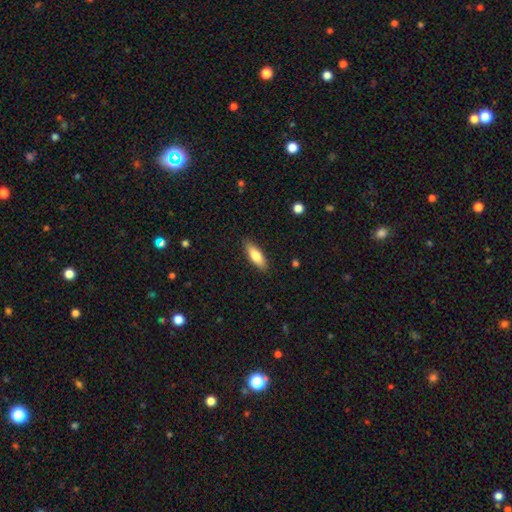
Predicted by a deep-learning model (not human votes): This appears to be a smooth galaxy with no disk features (77%) that is in between round and cigar-shaped (62%). Merging: none (87%).